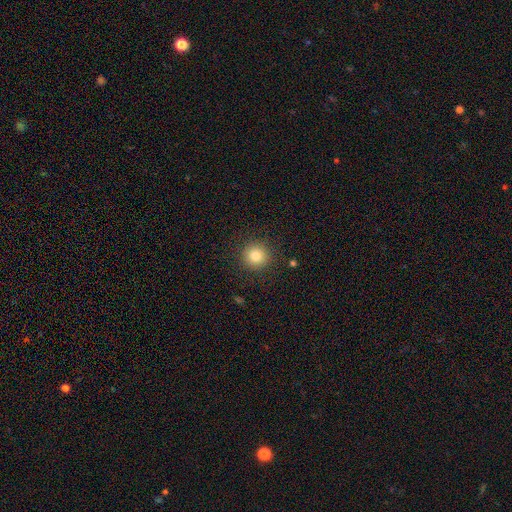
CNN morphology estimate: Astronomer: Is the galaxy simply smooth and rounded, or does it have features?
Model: smooth — 81%.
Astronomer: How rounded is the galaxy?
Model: round — 94%.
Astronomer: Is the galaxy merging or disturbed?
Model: none — 91%.